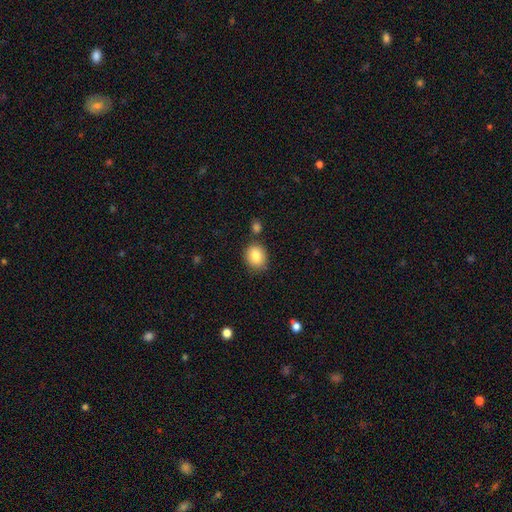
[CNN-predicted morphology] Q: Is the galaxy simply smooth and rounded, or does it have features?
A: smooth — 84%.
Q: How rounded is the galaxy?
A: round — 65%.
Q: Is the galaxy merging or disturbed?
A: none — 77%.